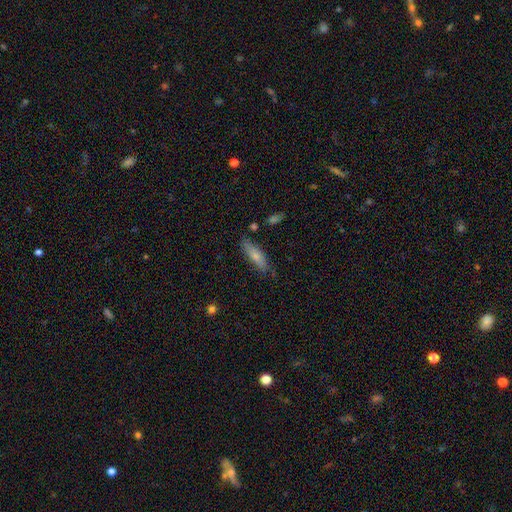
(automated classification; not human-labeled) Q: Smooth or featured?
A: smooth (71%); runner-up: featured or disk (23%)
Q: How rounded?
A: cigar-shaped (54%); runner-up: in between (44%)
Q: Merging?
A: none (76%); runner-up: minor disturbance (17%)